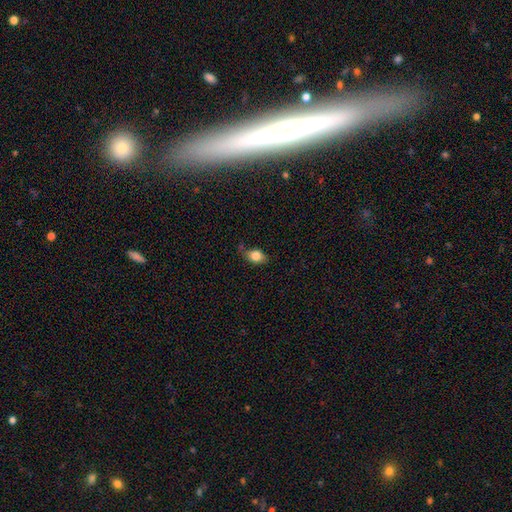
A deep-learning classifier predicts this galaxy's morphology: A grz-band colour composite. It shows a smooth galaxy with no disk features (82%) that is in between round and cigar-shaped (78%). Merging: none (67%).